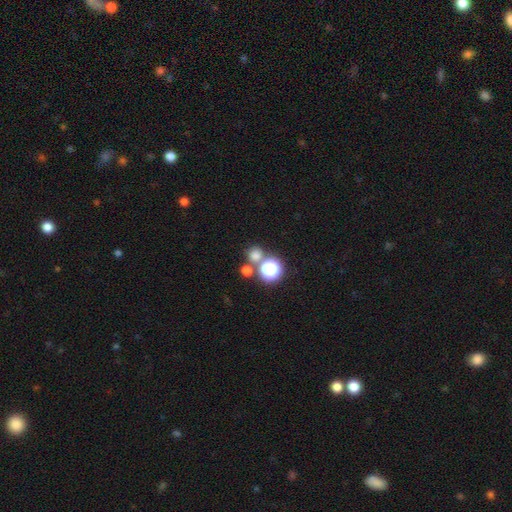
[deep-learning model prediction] smooth 70%, star or artifact 24%, featured or disk 7%. Down the decision tree: how rounded — round (87%); merging — none (63%).